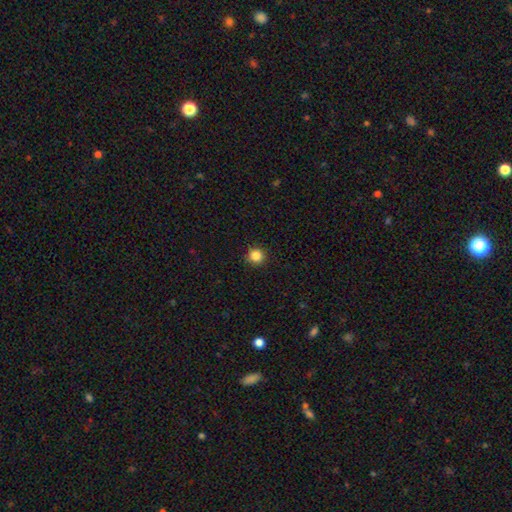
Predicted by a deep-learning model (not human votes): A smooth galaxy with no disk features (85%) that is round (95%).

Vote fractions:
- Smooth or featured? smooth: 85% / star or artifact: 11% / featured or disk: 4%
- How rounded? round: 95% / in between: 4% / cigar-shaped: 1%
- Merging? none: 91% / minor disturbance: 6% / major disturbance: 2% / merger: 1%